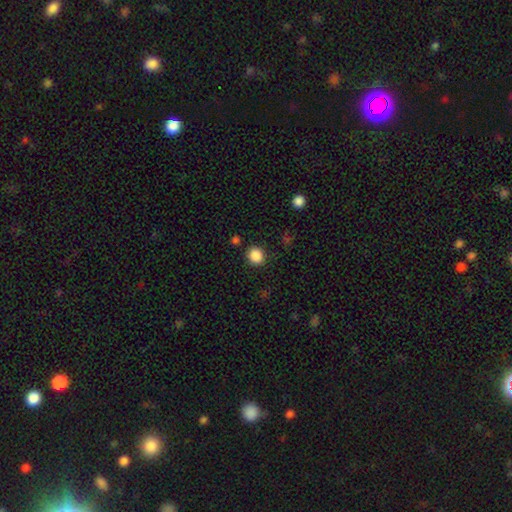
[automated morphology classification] The model was most divided on "how rounded": round: 82%, in between: 17%, cigar-shaped: 1%. More confident: merging — none (88%); smooth or featured — smooth (87%).